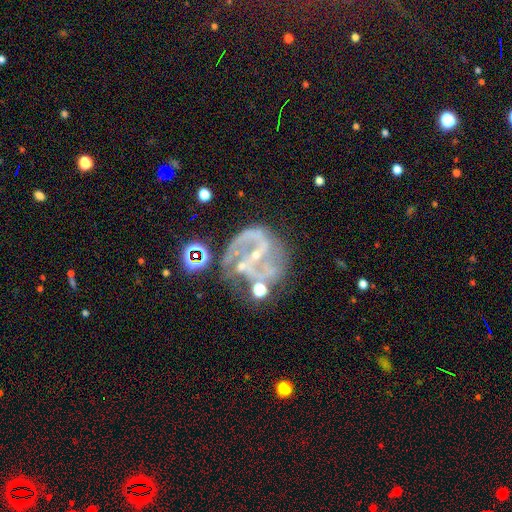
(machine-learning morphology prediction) This appears to be a featured or disk galaxy (77%) with a weak bar (36%), 2 (57%) medium (44%) spiral arms (81%) and a small central bulge (75%). Merging: none (42%).